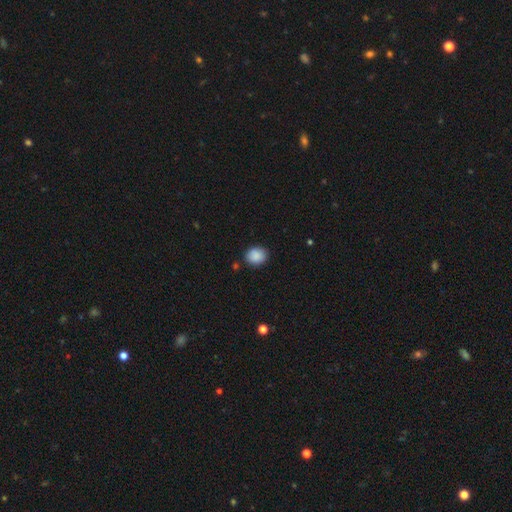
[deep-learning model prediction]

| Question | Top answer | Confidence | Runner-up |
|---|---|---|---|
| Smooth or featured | smooth | 88% | star or artifact (8%) |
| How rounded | round | 57% | in between (42%) |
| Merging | none | 84% | minor disturbance (11%) |